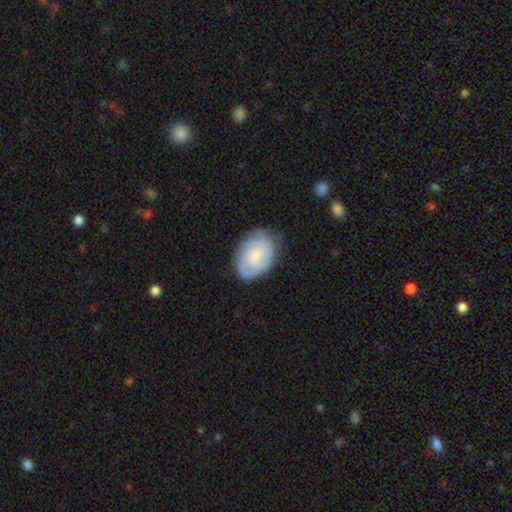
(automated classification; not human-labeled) This is possibly a featured or disk galaxy (48%). Merging: likely none (72%).